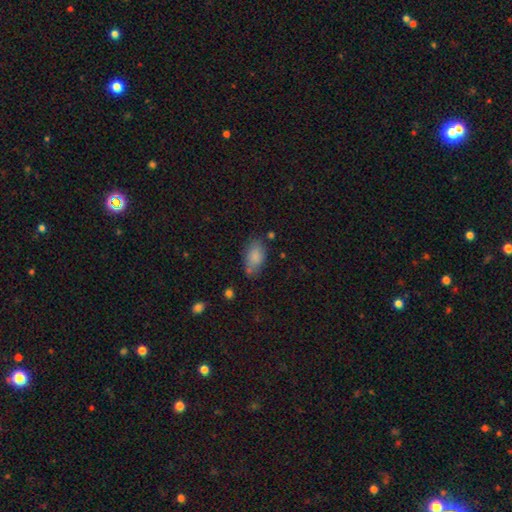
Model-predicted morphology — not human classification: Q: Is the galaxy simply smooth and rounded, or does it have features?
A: smooth — 84%.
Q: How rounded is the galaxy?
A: in between — 91%.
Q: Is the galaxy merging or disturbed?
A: none — 64%.